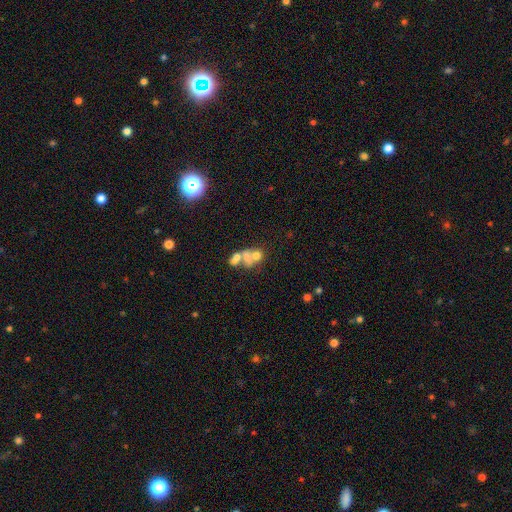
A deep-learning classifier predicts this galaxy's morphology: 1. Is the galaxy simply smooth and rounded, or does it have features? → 56% smooth, 29% featured or disk, 15% star or artifact.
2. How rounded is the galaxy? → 56% in between, 41% round, 4% cigar-shaped.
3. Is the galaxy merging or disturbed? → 61% merger, 21% none, 10% major disturbance, 8% minor disturbance.